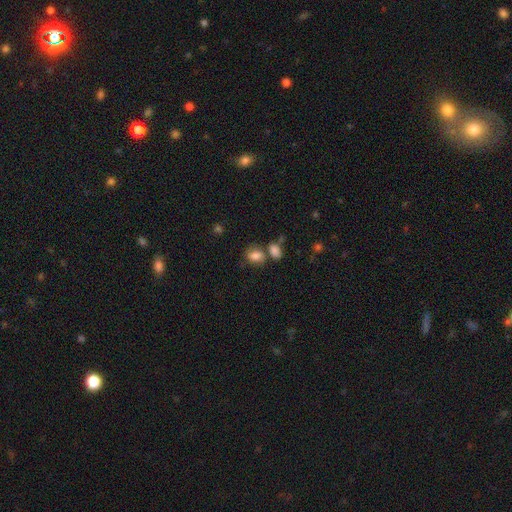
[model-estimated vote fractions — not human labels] smooth_or_featured: smooth (p=0.80) [alt: star or artifact p=0.10]
how_rounded: in between (p=0.64) [alt: round p=0.35]
merging: none (p=0.50) [alt: merger p=0.27]